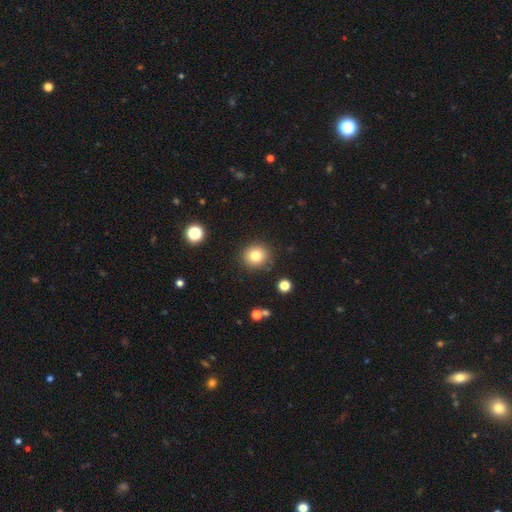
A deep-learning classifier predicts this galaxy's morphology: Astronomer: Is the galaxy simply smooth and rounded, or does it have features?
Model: smooth — 80%.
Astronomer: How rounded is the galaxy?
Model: round — 87%.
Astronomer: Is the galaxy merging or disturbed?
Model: none — 87%.